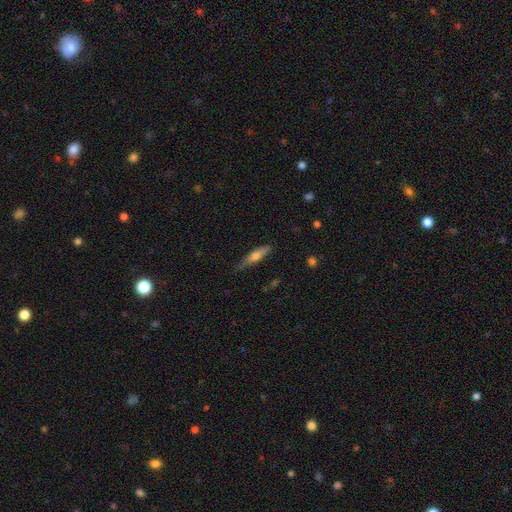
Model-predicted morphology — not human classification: type=smooth (55%); roundness=cigar-shaped (77%); merging=none (71%).